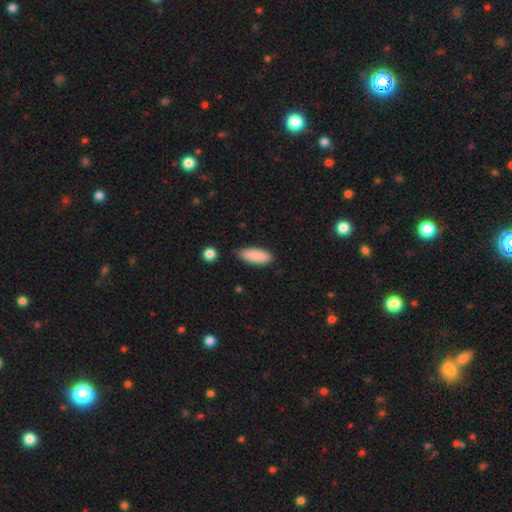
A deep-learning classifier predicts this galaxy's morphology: Smooth or featured: smooth — 90% (star or artifact — 6%)
How rounded: in between — 74% (cigar-shaped — 24%)
Merging: none — 83% (minor disturbance — 12%)